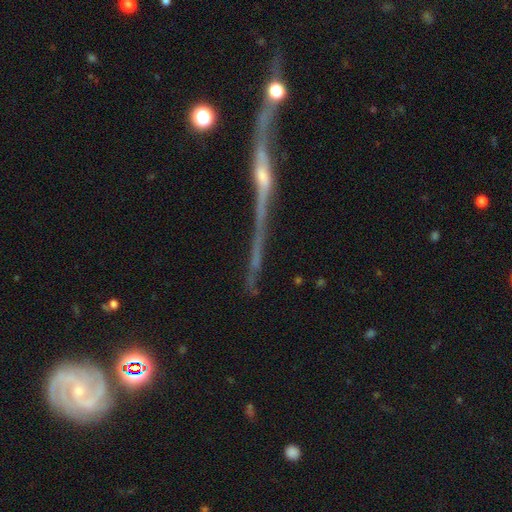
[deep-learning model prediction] Smooth or featured: featured or disk — 71% (star or artifact — 18%)
Edge-on disk: yes — 85% (no — 15%)
Edge-on bulge: rounded — 62% (none — 26%)
Merging: none — 64% (minor disturbance — 15%)